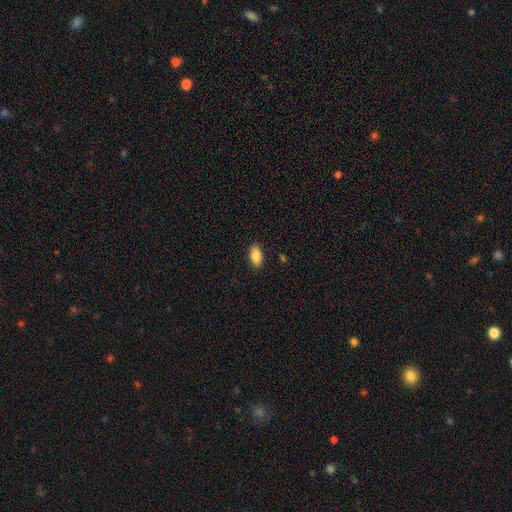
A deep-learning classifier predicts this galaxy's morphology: This appears to be a smooth galaxy with no disk features (89%) that is in between round and cigar-shaped (93%). Merging: none (88%).